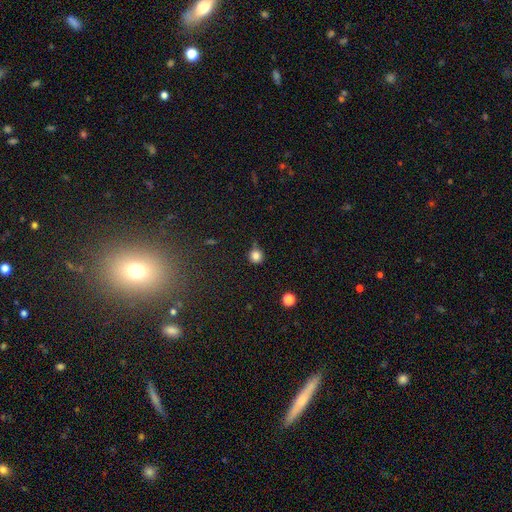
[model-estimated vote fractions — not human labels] Smooth or featured: smooth — 83% (star or artifact — 12%)
How rounded: round — 93% (in between — 6%)
Merging: none — 77% (minor disturbance — 15%)